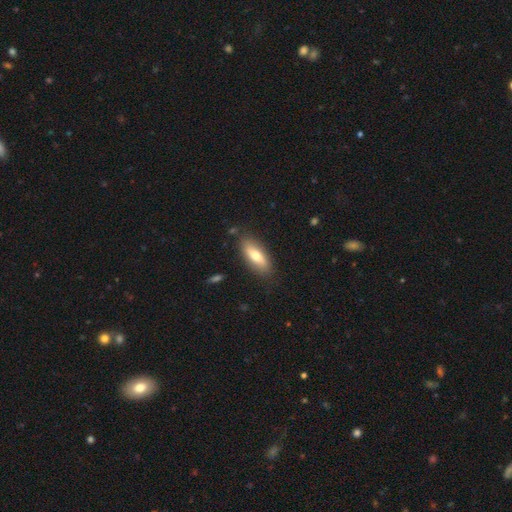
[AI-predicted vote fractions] Q: Smooth or featured?
A: smooth (70%); runner-up: featured or disk (24%)
Q: How rounded?
A: in between (72%); runner-up: cigar-shaped (26%)
Q: Merging?
A: none (82%); runner-up: minor disturbance (13%)